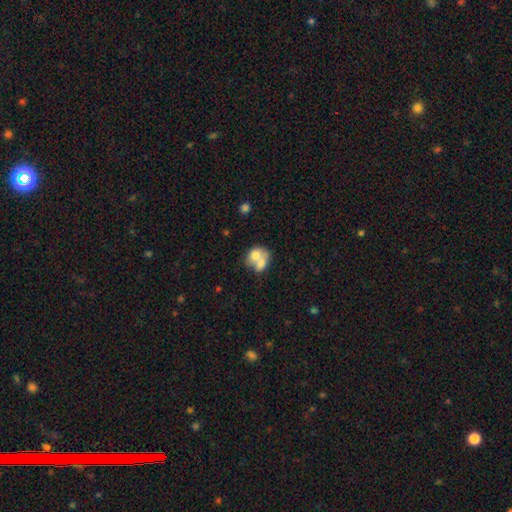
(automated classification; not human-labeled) A smooth galaxy with no disk features (68%) that is in between round and cigar-shaped (51%). Merging: merger (70%).